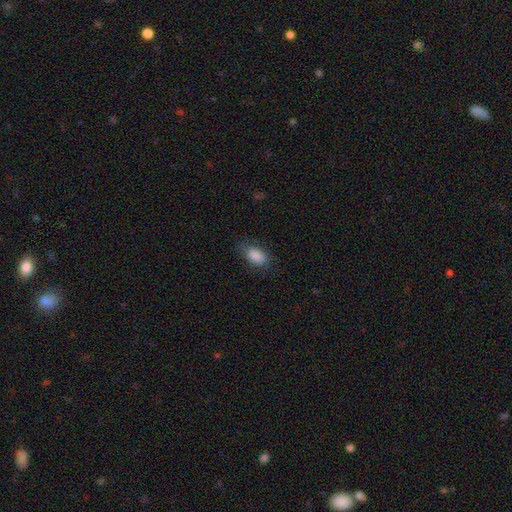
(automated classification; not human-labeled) Smooth or featured? smooth (88%)
How rounded? in between (90%)
Merging? none (74%)